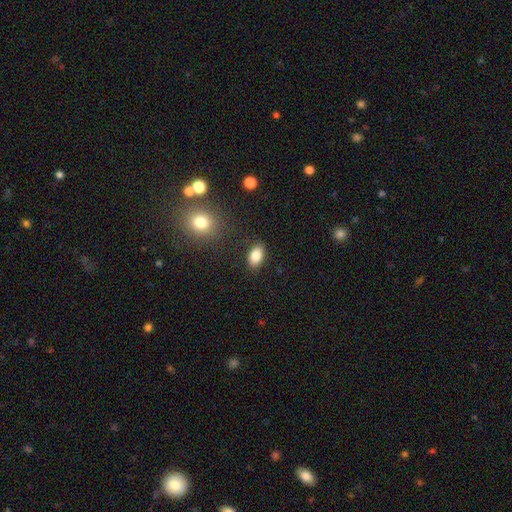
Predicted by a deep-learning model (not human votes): Q: Smooth or featured?
A: smooth (85%); runner-up: star or artifact (9%)
Q: How rounded?
A: in between (90%); runner-up: round (9%)
Q: Merging?
A: none (86%); runner-up: minor disturbance (10%)